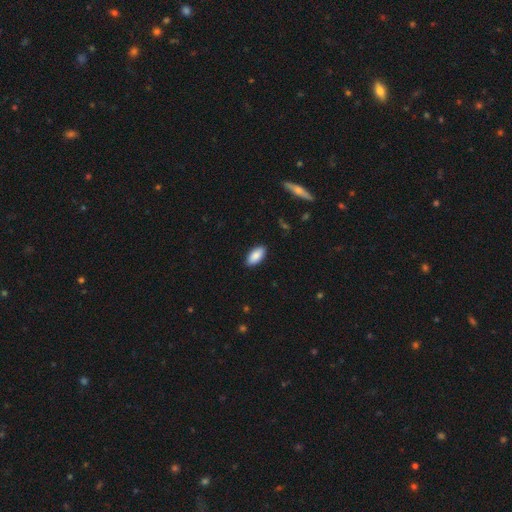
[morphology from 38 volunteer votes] smooth_or_featured: smooth (p=0.95) [alt: featured or disk p=0.03]
how_rounded: in between (p=0.89) [alt: cigar-shaped p=0.08]
merging: none (p=0.92) [alt: minor disturbance p=0.08]